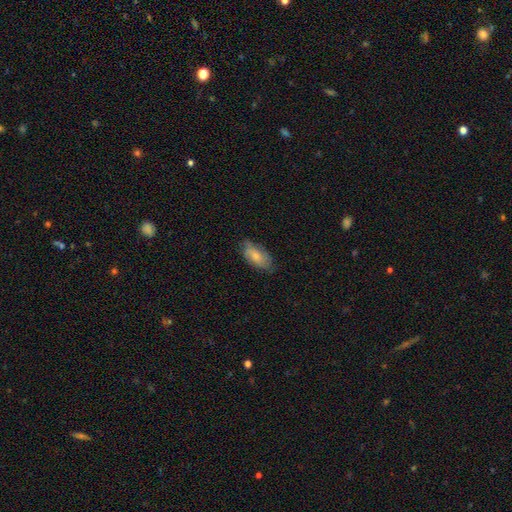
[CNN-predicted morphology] Smooth or featured? smooth (67%)
How rounded? in between (89%)
Merging? none (69%)